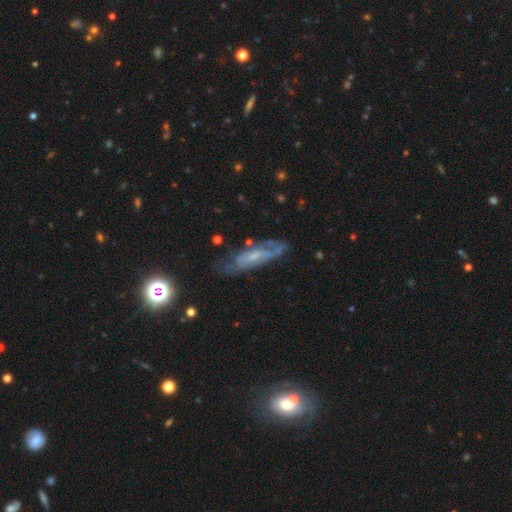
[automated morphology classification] smooth_or_featured: featured or disk (p=0.65) [alt: smooth p=0.25]
disk_edge_on: no (p=0.73) [alt: yes p=0.27]
merging: none (p=0.60) [alt: minor disturbance p=0.24]